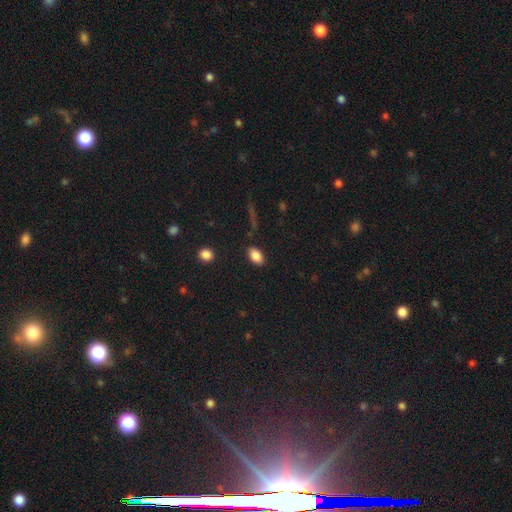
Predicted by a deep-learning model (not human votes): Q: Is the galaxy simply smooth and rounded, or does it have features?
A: smooth — 86%.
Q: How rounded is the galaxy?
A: in between — 87%.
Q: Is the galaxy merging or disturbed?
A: none — 86%.